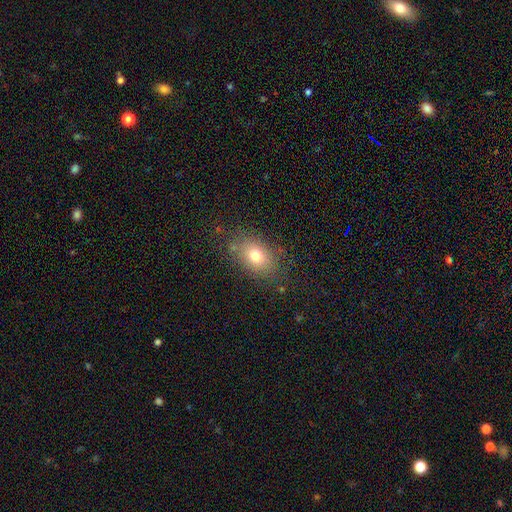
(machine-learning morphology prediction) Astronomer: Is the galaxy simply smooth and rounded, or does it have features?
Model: smooth — 75%.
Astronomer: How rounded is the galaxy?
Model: in between — 77%.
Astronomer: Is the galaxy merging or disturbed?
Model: none — 77%.